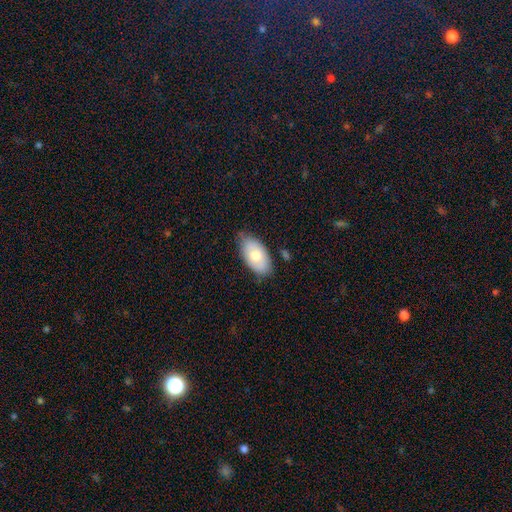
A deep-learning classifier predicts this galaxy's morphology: The model was most divided on "merging": none: 69%, minor disturbance: 25%, major disturbance: 4%, merger: 2%. More confident: how rounded — in between (94%); smooth or featured — smooth (72%).